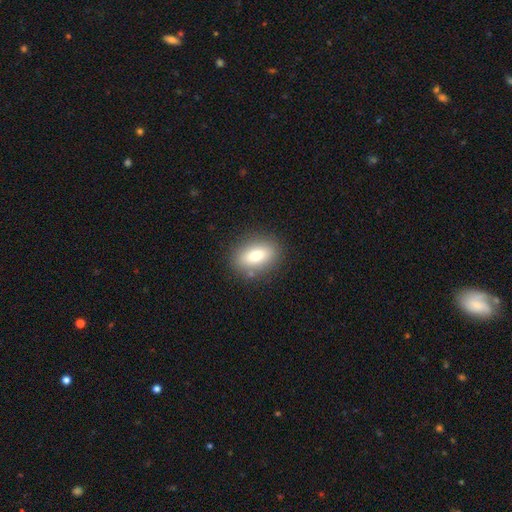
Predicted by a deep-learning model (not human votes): A smooth galaxy with no disk features (77%) that is in between round and cigar-shaped (81%). Merging: none (85%).